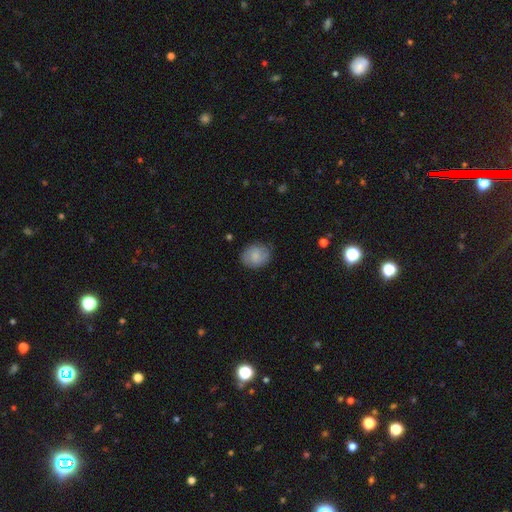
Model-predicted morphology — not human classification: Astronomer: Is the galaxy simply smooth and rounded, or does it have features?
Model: smooth — 74%.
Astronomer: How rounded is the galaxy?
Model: round — 52% (runner-up: in between, 47%).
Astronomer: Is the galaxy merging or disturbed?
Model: none — 76%.